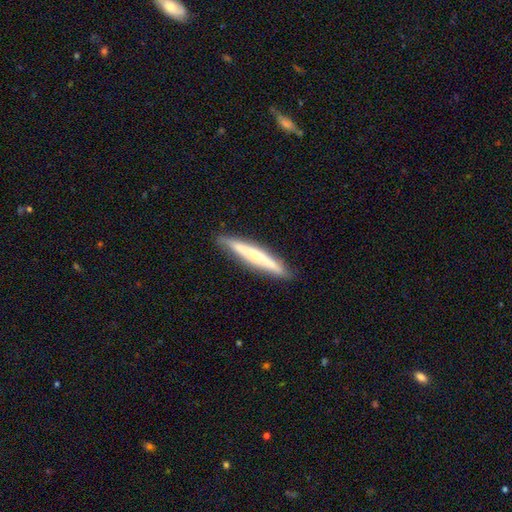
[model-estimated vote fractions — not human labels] Smooth or featured? featured or disk (56%)
Edge-on disk? yes (90%)
Edge-on bulge? rounded (73%)
Merging? none (87%)